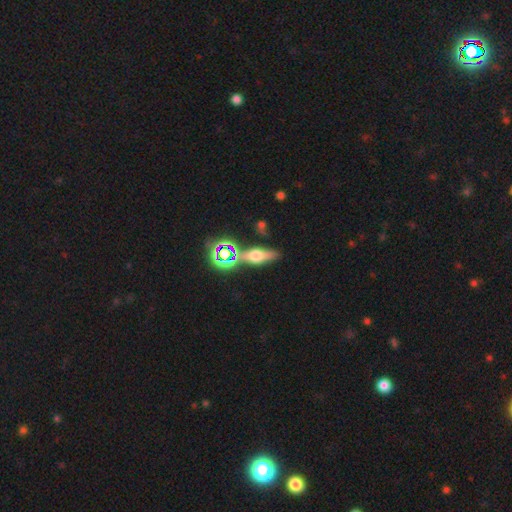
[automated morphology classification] Q: Smooth or featured?
A: featured or disk (45%); runner-up: smooth (30%)
Q: Merging?
A: none (74%); runner-up: minor disturbance (12%)